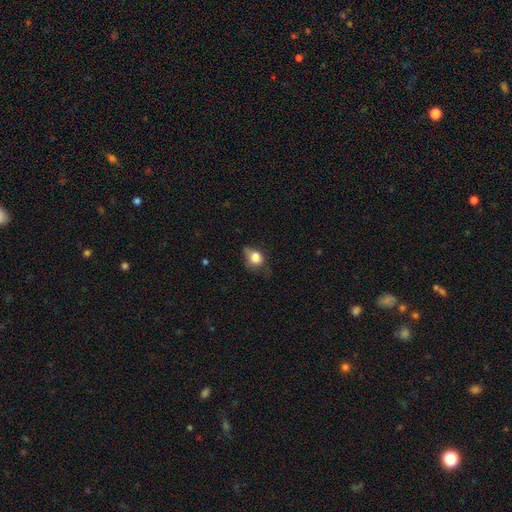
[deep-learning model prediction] smooth_or_featured: smooth (p=0.79) [alt: featured or disk p=0.12]
how_rounded: round (p=0.51) [alt: in between p=0.47]
merging: minor disturbance (p=0.39) [alt: none p=0.35]